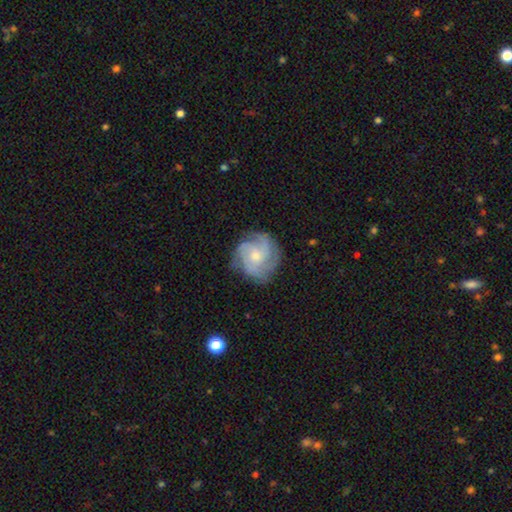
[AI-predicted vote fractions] Smooth or featured?
  - featured or disk: 81% *
  - smooth: 13%
  - star or artifact: 6%
Edge-on disk?
  - no: 98% *
  - yes: 2%
Bar?
  - no: 74% *
  - weak: 23%
  - strong: 3%
Spiral arms?
  - yes: 96% *
  - no: 4%
Spiral winding?
  - tight: 55% *
  - medium: 36%
  - loose: 9%
Spiral arm count?
  - 3: 37% *
  - 4: 23%
  - can't tell: 19%
  - 2: 9%
  - more than 4: 6%
  - 1: 6%
Bulge size?
  - small: 55% *
  - moderate: 41%
  - large: 2%
  - none: 2%
  - dominant: 1%
Merging?
  - none: 76% *
  - minor disturbance: 17%
  - major disturbance: 6%
  - merger: 1%